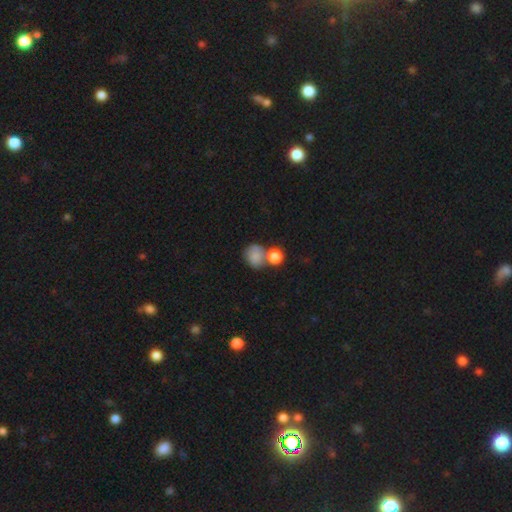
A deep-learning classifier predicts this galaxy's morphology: smooth-or-featured: smooth: 79% | featured or disk: 11% | star or artifact: 10%
  how-rounded: round: 75% | in between: 24% | cigar-shaped: 1%
  merging: merger: 41% | none: 39% | minor disturbance: 13% | major disturbance: 6%